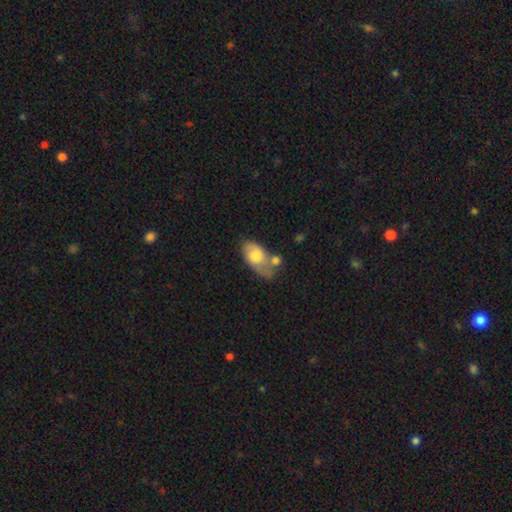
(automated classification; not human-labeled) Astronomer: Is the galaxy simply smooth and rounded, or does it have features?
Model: smooth — 67%.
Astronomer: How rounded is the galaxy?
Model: in between — 92%.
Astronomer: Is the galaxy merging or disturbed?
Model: none — 36% (runner-up: merger, 26%).